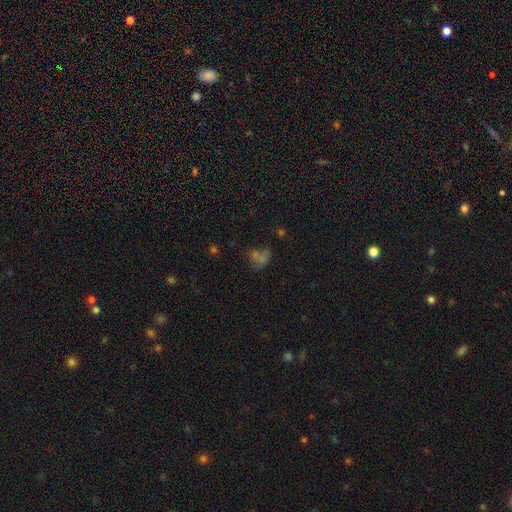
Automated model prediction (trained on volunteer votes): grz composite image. It shows a smooth galaxy with no disk features (42%). Merging: none (45%).